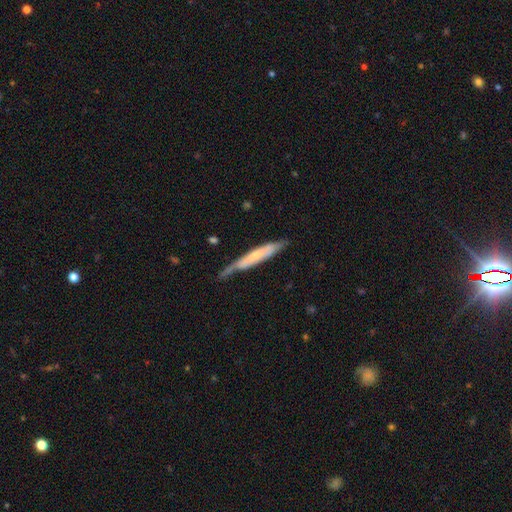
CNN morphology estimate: Smooth or featured: featured or disk — 51% (smooth — 43%)
Edge-on disk: yes — 75% (no — 25%)
Merging: none — 58% (minor disturbance — 31%)